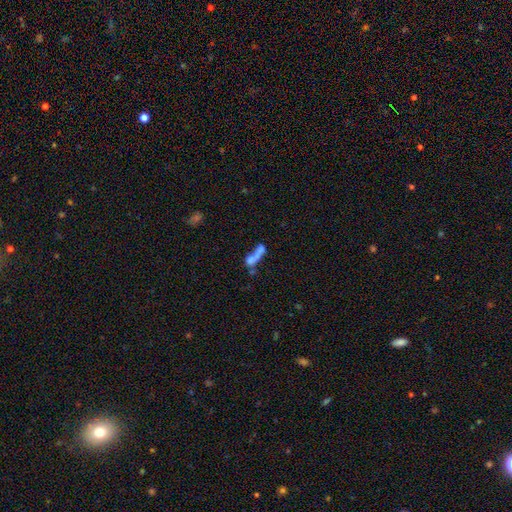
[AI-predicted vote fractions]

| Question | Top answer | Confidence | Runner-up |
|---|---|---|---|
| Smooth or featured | smooth | 53% | featured or disk (31%) |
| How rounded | cigar-shaped | 45% | in between (43%) |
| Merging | merger | 53% | none (22%) |